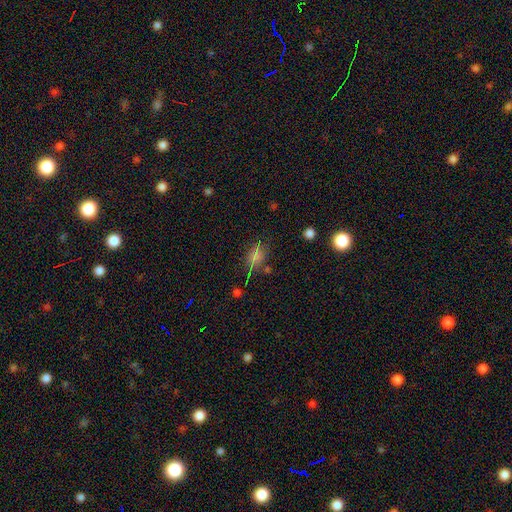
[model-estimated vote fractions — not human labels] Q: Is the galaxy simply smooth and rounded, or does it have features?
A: smooth — 58%.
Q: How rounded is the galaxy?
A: in between — 70%.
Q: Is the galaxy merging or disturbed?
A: none — 73%.